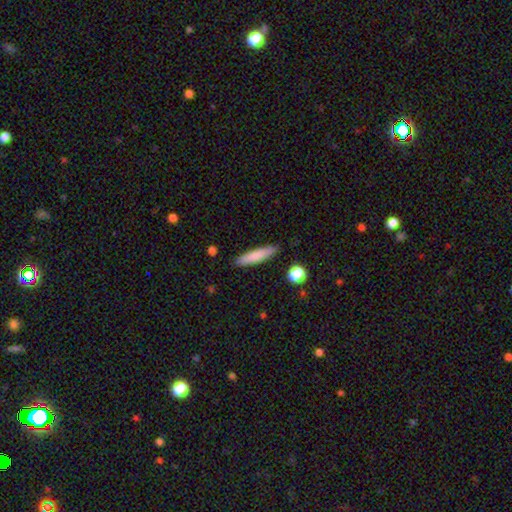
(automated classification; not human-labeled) smooth 80%, featured or disk 13%, star or artifact 6%. Down the decision tree: how rounded — cigar-shaped (84%); merging — none (87%).